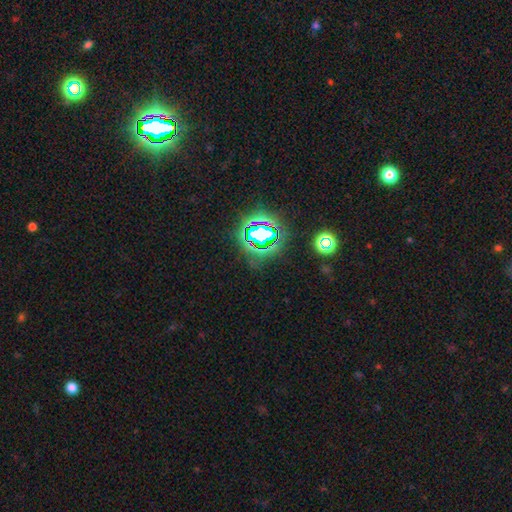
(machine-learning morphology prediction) Overall: star or artifact (81%).